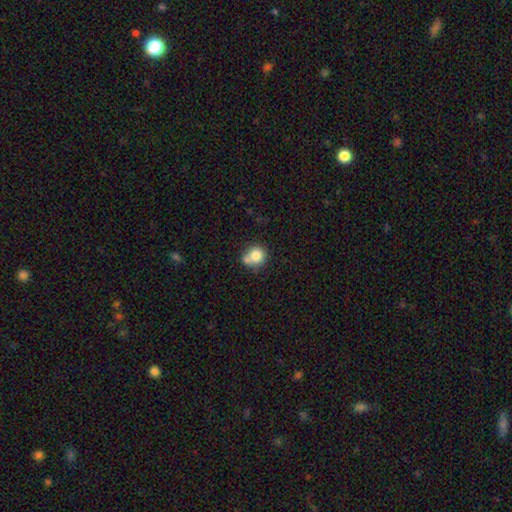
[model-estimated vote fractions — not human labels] Overall: smooth (79%). How rounded: round (84%). Merging: none (51%; merger 29%).